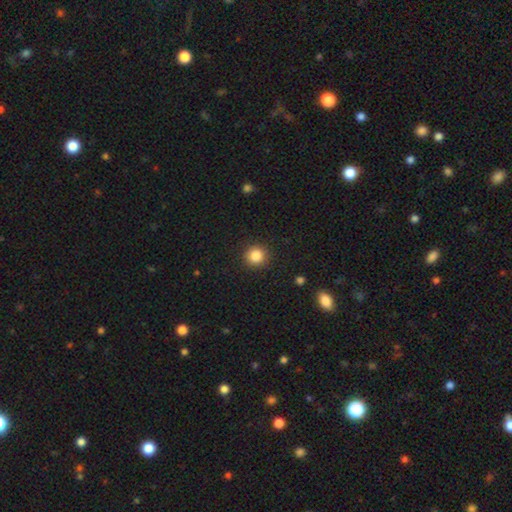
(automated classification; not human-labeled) Morphology: type=smooth (86%); roundness=round (93%); merging=none (91%).